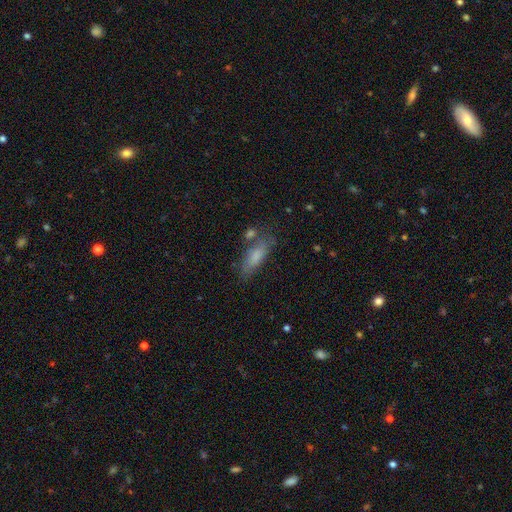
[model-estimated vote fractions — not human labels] This appears to be a smooth galaxy with no disk features (72%) that is in between round and cigar-shaped (54%). Merging: none (59%).